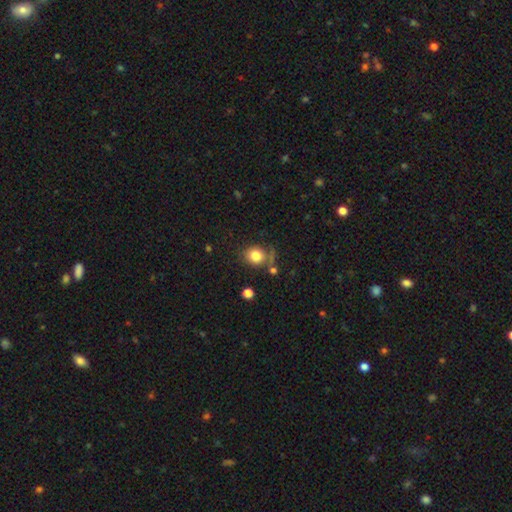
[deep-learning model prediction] smooth-or-featured: smooth: 81% | star or artifact: 11% | featured or disk: 8%
  how-rounded: round: 73% | in between: 26% | cigar-shaped: 1%
  merging: none: 66% | minor disturbance: 16% | merger: 11% | major disturbance: 7%